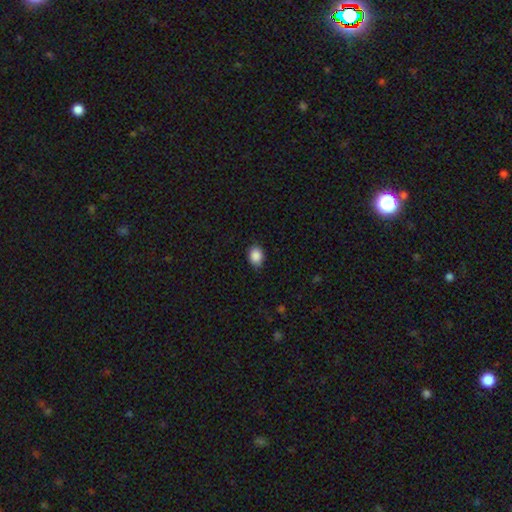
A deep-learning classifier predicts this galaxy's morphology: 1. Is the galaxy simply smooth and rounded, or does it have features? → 88% smooth, 8% star or artifact, 3% featured or disk.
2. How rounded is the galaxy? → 66% in between, 33% round, 1% cigar-shaped.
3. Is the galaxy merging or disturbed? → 82% none, 15% minor disturbance, 3% major disturbance, 1% merger.